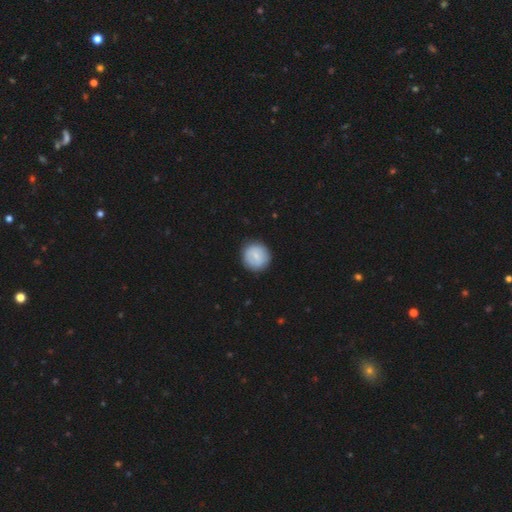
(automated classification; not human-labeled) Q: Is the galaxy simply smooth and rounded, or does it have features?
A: smooth — 72%.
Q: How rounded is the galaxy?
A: round — 92%.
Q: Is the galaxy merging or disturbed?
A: none — 89%.